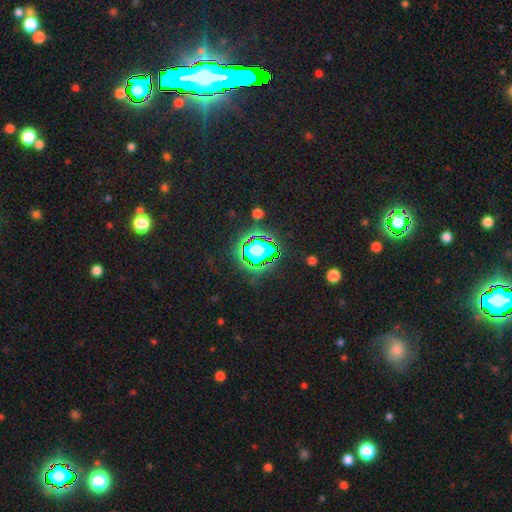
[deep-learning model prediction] This appears to be a star or artifact, not a galaxy (80%).